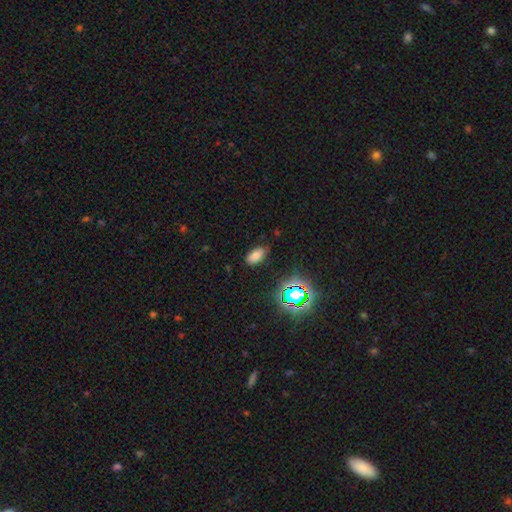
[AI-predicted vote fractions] smooth_or_featured: smooth (p=0.71) [alt: star or artifact p=0.19]
how_rounded: in between (p=0.92) [alt: round p=0.05]
merging: none (p=0.78) [alt: minor disturbance p=0.17]